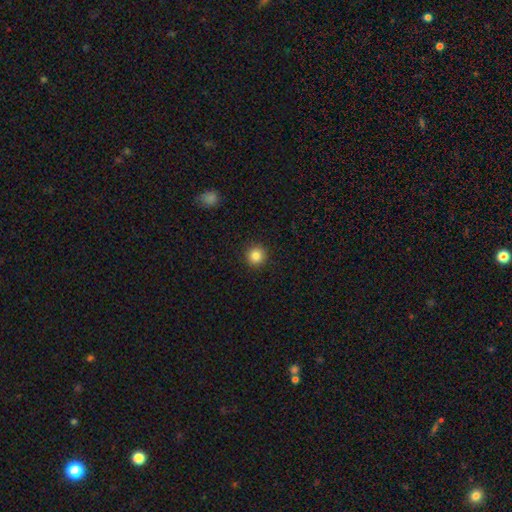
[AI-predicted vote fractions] Q: Smooth or featured?
A: smooth (85%); runner-up: star or artifact (11%)
Q: How rounded?
A: round (95%); runner-up: in between (4%)
Q: Merging?
A: none (93%); runner-up: minor disturbance (4%)